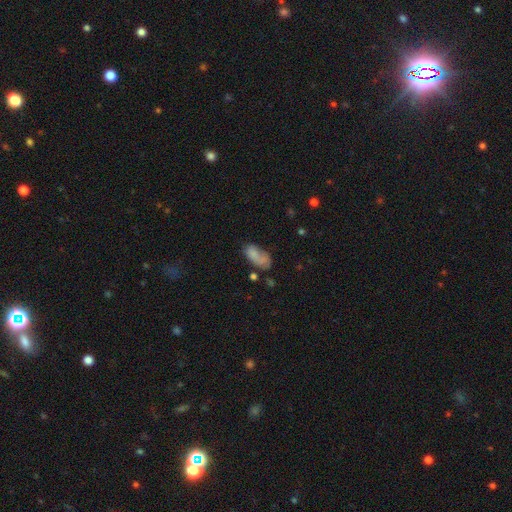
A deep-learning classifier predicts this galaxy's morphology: Smooth or featured?
  - smooth: 74% *
  - featured or disk: 16%
  - star or artifact: 10%
How rounded?
  - in between: 90% *
  - cigar-shaped: 6%
  - round: 4%
Merging?
  - none: 40% *
  - minor disturbance: 29%
  - major disturbance: 20%
  - merger: 10%